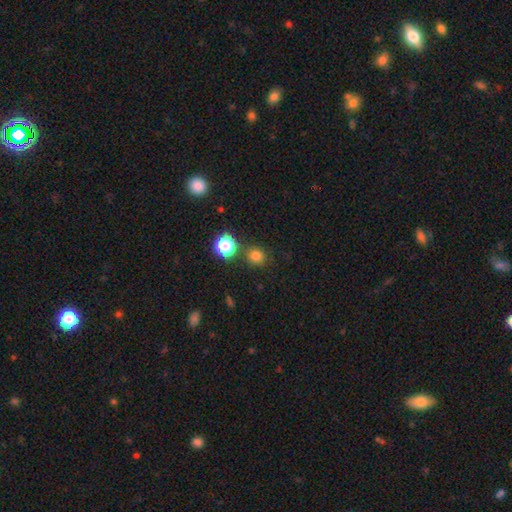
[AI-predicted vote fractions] smooth-or-featured: smooth: 77% | star or artifact: 19% | featured or disk: 5%
  how-rounded: round: 87% | in between: 12% | cigar-shaped: 1%
  merging: none: 79% | merger: 9% | minor disturbance: 9% | major disturbance: 3%